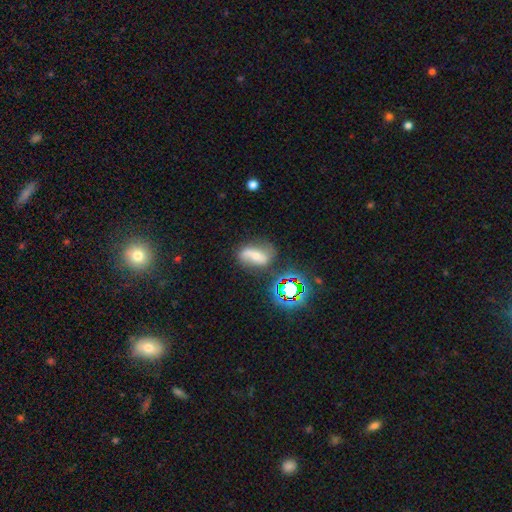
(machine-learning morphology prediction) Smooth or featured? featured or disk (49%)
Merging? none (56%)